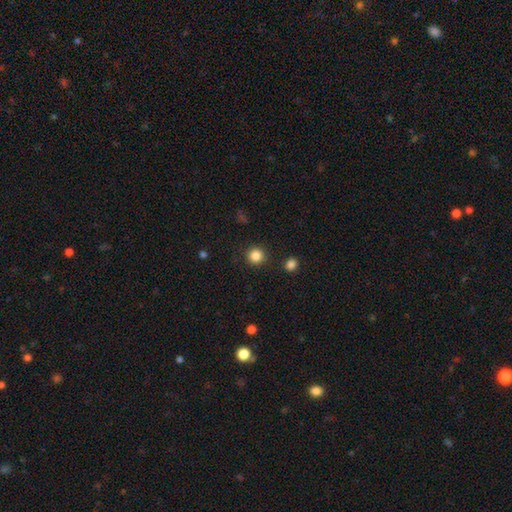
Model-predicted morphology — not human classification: type=smooth (85%); roundness=round (94%); merging=none (90%).